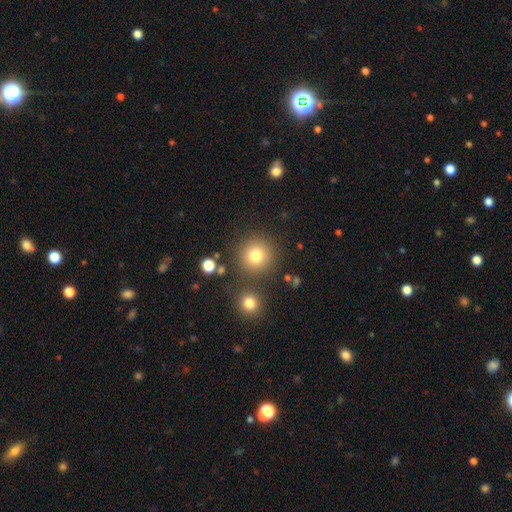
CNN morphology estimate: Smooth or featured? Predicted: smooth (p=0.80). How rounded? Predicted: round (p=0.93). Merging? Predicted: none (p=0.82).